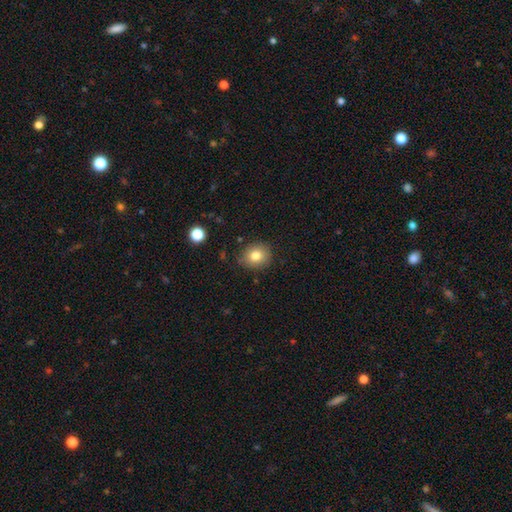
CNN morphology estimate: type=smooth (80%); roundness=round (74%); merging=none (84%).